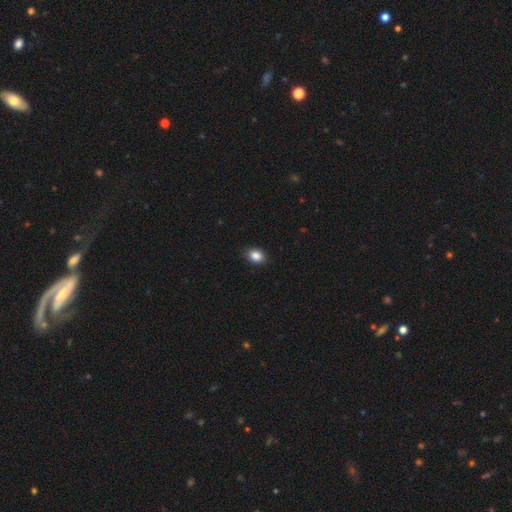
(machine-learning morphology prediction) Overall: smooth (87%). How rounded: in between (65%; round 33%). Merging: none (86%).